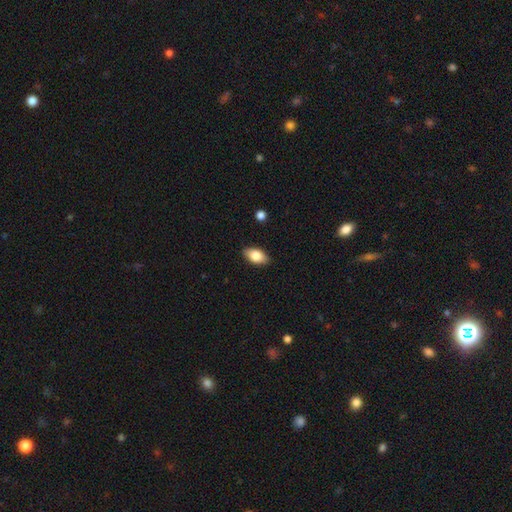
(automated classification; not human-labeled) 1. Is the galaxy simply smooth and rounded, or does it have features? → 80% smooth, 13% featured or disk, 7% star or artifact.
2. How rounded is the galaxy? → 91% in between, 6% round, 3% cigar-shaped.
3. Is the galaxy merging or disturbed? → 87% none, 10% minor disturbance, 2% major disturbance, 1% merger.